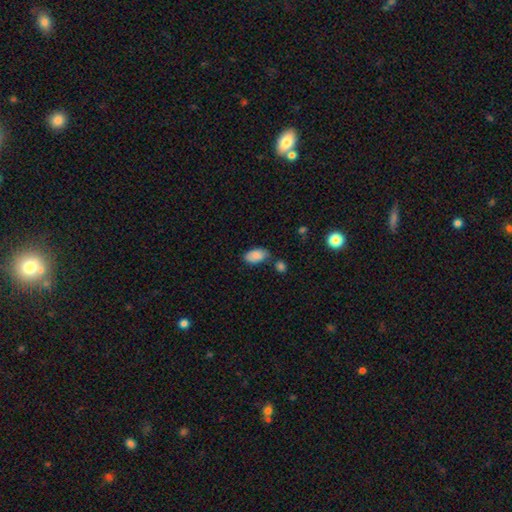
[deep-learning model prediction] Smooth or featured: smooth — 87% (star or artifact — 7%)
How rounded: in between — 95% (round — 4%)
Merging: none — 63% (minor disturbance — 20%)